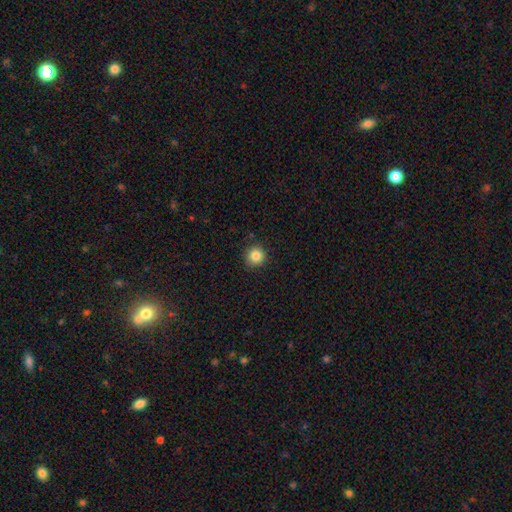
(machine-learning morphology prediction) Smooth or featured?
  - smooth: 85% *
  - star or artifact: 11%
  - featured or disk: 4%
How rounded?
  - round: 93% *
  - in between: 6%
  - cigar-shaped: 1%
Merging?
  - none: 88% *
  - minor disturbance: 8%
  - major disturbance: 2%
  - merger: 1%